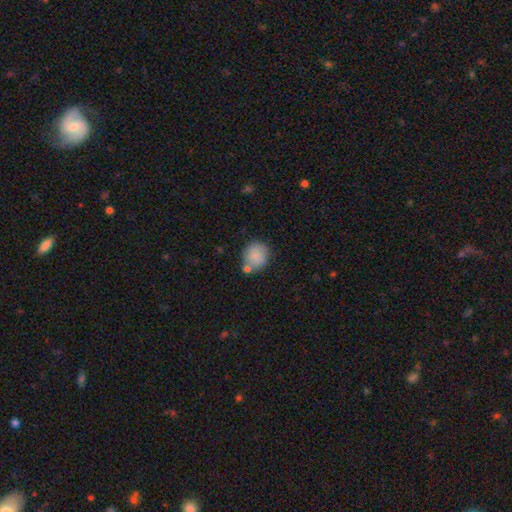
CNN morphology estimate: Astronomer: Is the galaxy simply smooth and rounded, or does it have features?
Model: smooth — 79%.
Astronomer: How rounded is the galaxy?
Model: round — 78%.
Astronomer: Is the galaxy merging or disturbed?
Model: none — 64%.